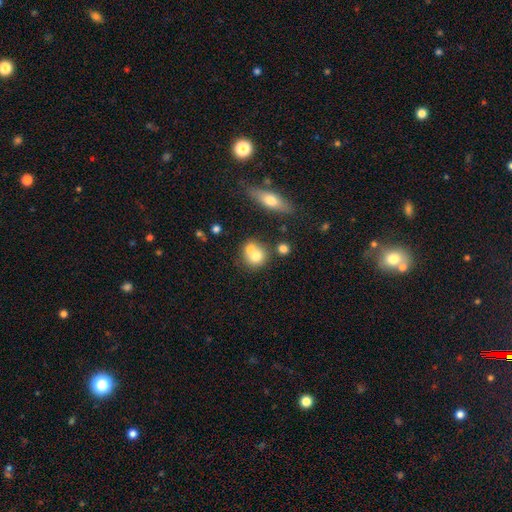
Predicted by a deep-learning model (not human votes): Overall: smooth (70%). How rounded: round (78%). Merging: merger (50%; none 37%).